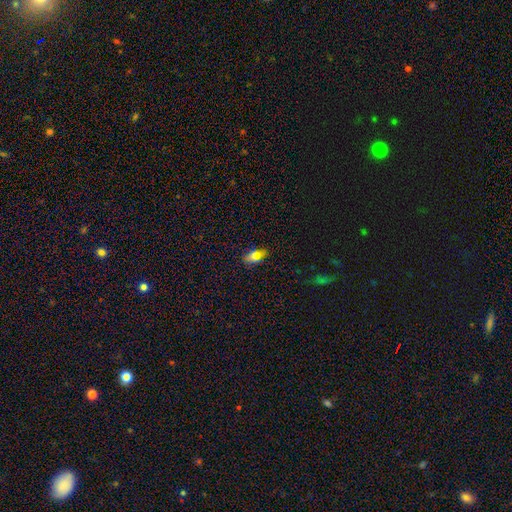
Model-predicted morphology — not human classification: This appears to be a smooth galaxy with no disk features (69%) that is in between round and cigar-shaped (85%). Merging: none (81%).